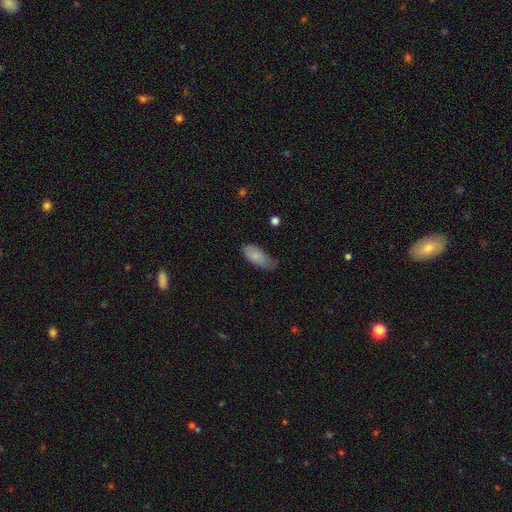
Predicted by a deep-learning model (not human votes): Smooth or featured? Predicted: smooth (p=0.83). How rounded? Predicted: in between (p=0.88). Merging? Predicted: none (p=0.45).